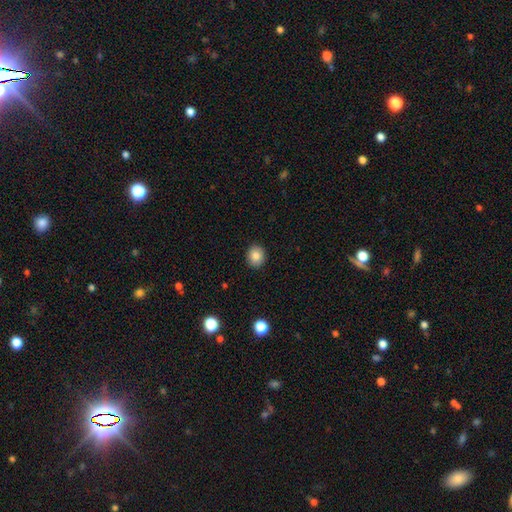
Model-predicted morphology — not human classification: Smooth or featured? Predicted: smooth (p=0.84). How rounded? Predicted: round (p=0.73). Merging? Predicted: none (p=0.91).